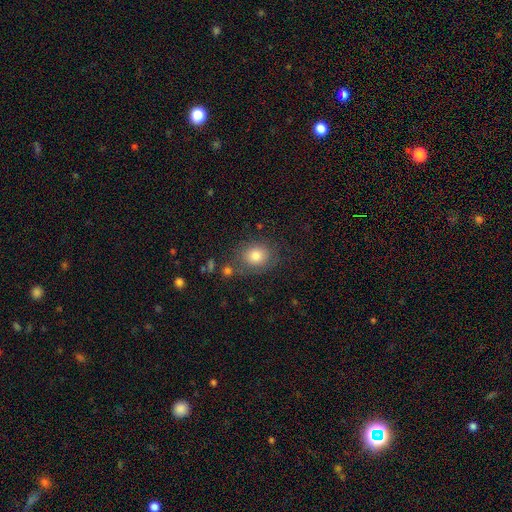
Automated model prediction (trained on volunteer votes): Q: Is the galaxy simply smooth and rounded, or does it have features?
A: smooth — 78%.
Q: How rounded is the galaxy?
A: round — 65%.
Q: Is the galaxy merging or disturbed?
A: none — 74%.